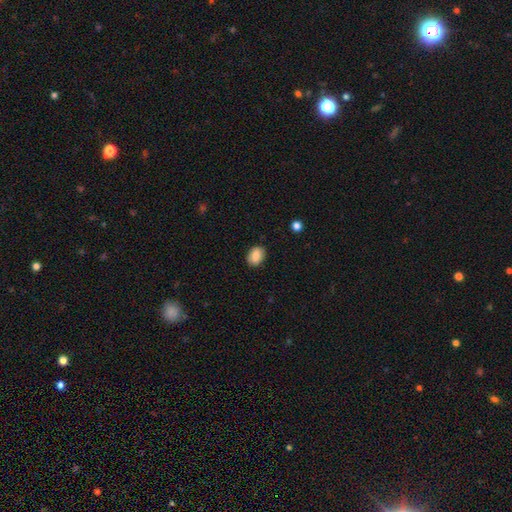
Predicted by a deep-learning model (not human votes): Overall: smooth (85%). How rounded: in between (68%; round 31%). Merging: none (87%).